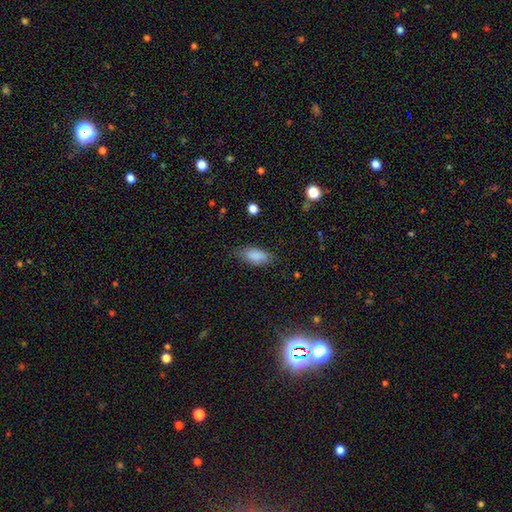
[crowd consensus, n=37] Smooth or featured? smooth (92%)
How rounded? in between (88%)
Merging? none (69%)